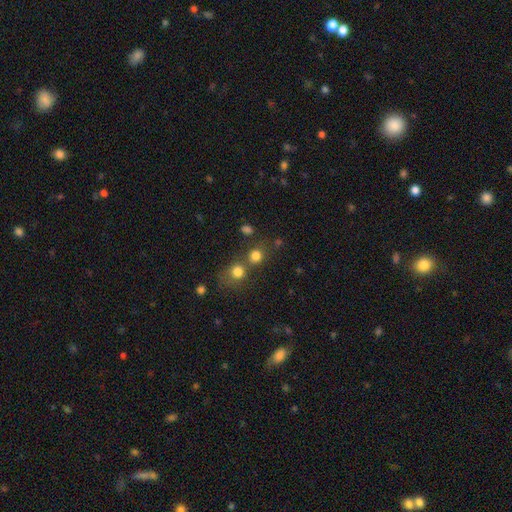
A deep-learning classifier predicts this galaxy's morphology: smooth-or-featured: smooth: 78% | star or artifact: 15% | featured or disk: 7%
  how-rounded: round: 84% | in between: 15% | cigar-shaped: 1%
  merging: none: 57% | merger: 31% | minor disturbance: 8% | major disturbance: 4%